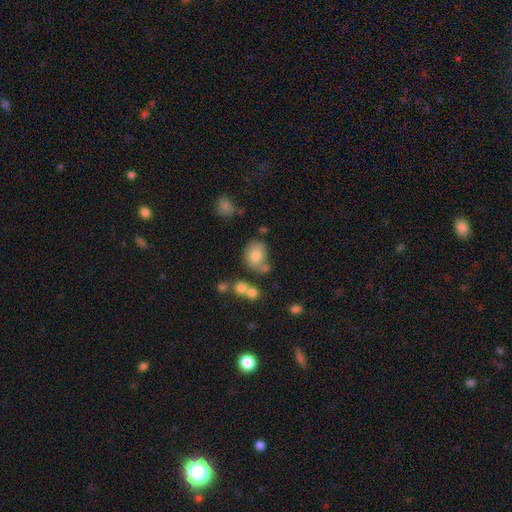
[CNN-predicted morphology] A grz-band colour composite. It shows a smooth galaxy with no disk features (76%) that is round (54%). Merging: none (51%).